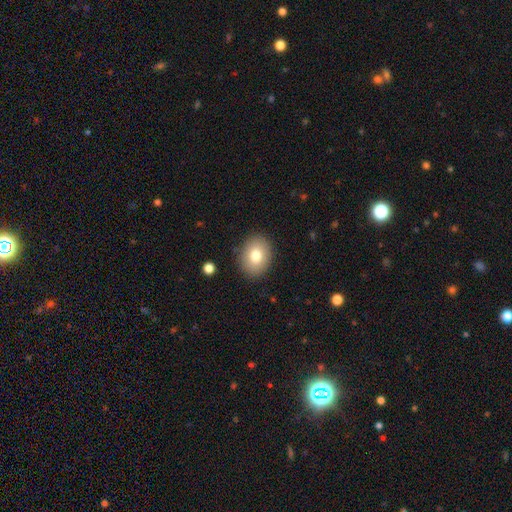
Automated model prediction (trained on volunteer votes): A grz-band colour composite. It shows a smooth galaxy with no disk features (79%) that is in between round and cigar-shaped (57%). Merging: none (88%).